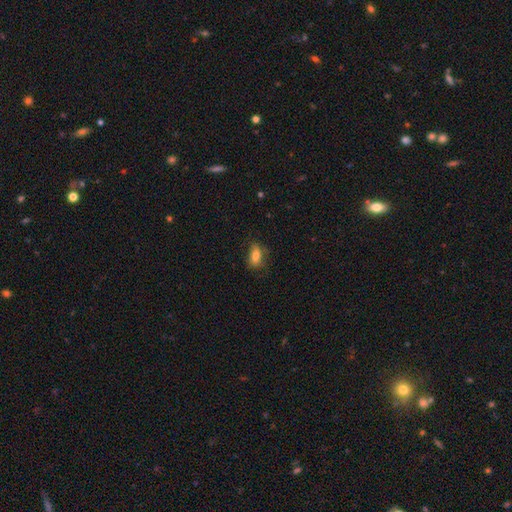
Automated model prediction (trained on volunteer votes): A smooth galaxy with no disk features (77%) that is in between round and cigar-shaped (83%). Merging: none (64%).